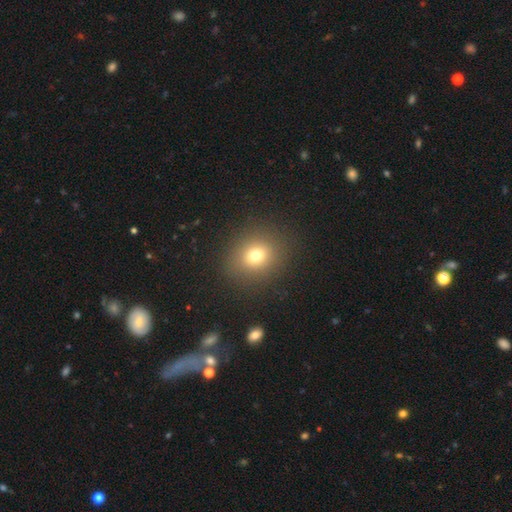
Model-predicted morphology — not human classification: type=smooth (74%); roundness=round (73%); merging=none (88%).